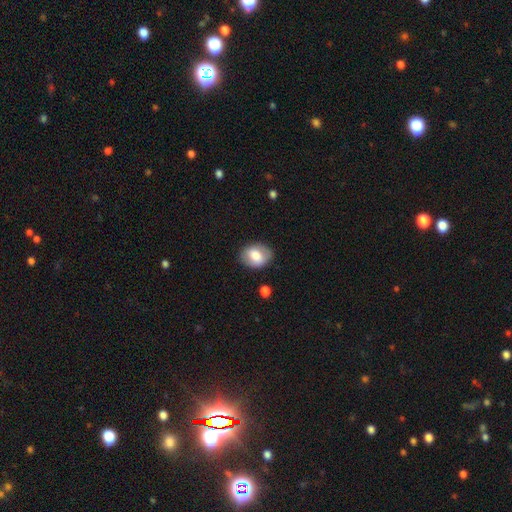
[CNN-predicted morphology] A smooth galaxy with no disk features (73%) that is in between round and cigar-shaped (64%).

Vote fractions:
- Smooth or featured? smooth: 73% / featured or disk: 20% / star or artifact: 7%
- How rounded? in between: 64% / round: 35% / cigar-shaped: 1%
- Merging? none: 84% / minor disturbance: 12% / major disturbance: 3% / merger: 1%